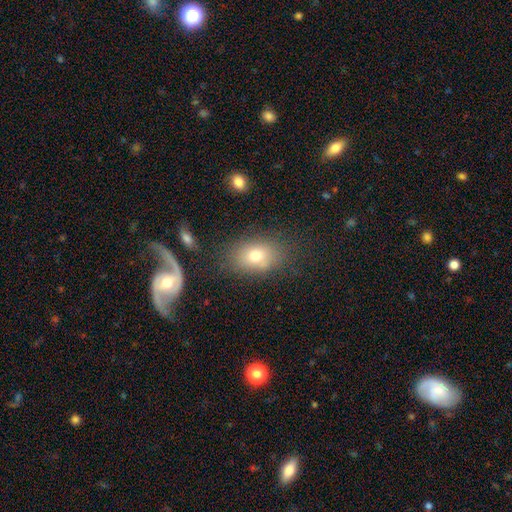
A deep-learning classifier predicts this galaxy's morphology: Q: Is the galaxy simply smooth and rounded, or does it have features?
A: smooth — 72%.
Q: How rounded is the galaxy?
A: in between — 71%.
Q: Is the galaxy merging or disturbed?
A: none — 73%.